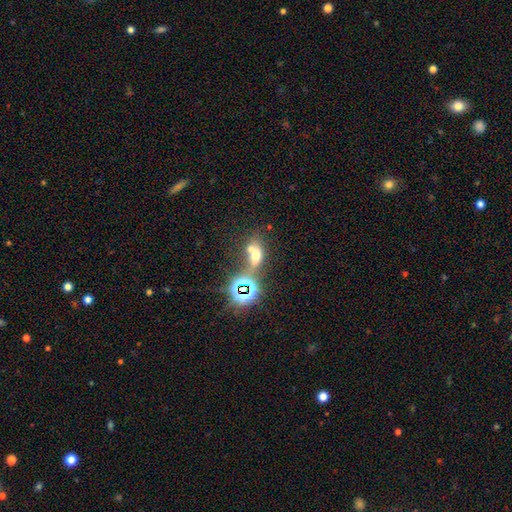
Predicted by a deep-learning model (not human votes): This appears to be a smooth galaxy with no disk features (50%). Merging: merger (51%).